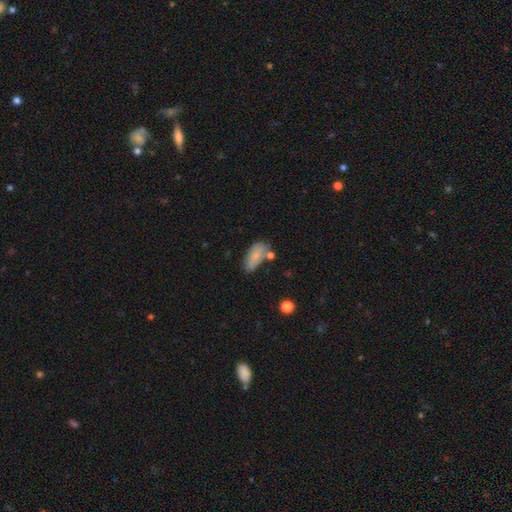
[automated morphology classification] The model was most divided on "merging": none: 53%, minor disturbance: 25%, merger: 15%, major disturbance: 8%. More confident: how rounded — in between (87%); smooth or featured — smooth (78%).